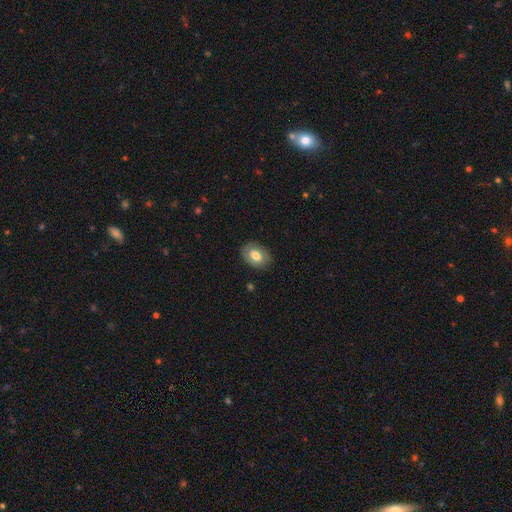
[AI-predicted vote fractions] Smooth or featured? Predicted: smooth (p=0.68). How rounded? Predicted: in between (p=0.79). Merging? Predicted: none (p=0.84).